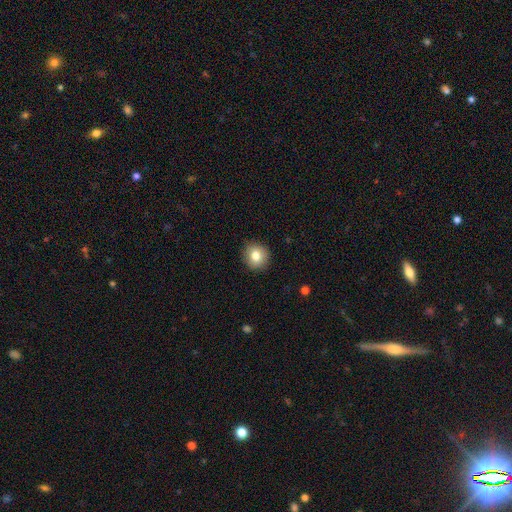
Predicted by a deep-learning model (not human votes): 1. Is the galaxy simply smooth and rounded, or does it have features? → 81% smooth, 9% star or artifact, 9% featured or disk.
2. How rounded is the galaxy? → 91% round, 8% in between, 1% cigar-shaped.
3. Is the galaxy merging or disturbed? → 91% none, 7% minor disturbance, 2% major disturbance, 1% merger.